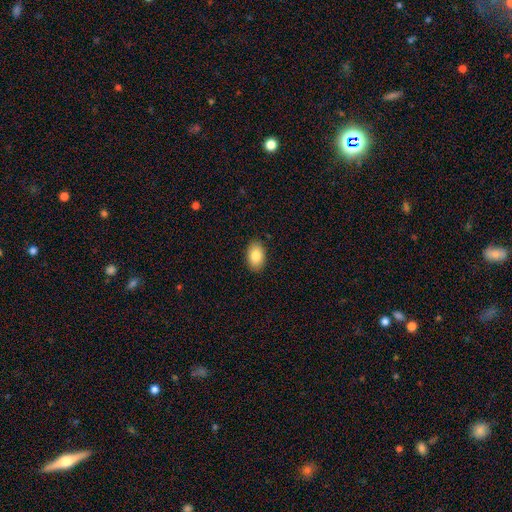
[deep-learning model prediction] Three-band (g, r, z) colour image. It shows a smooth galaxy with no disk features (85%) that is in between round and cigar-shaped (90%). Merging: none (89%).